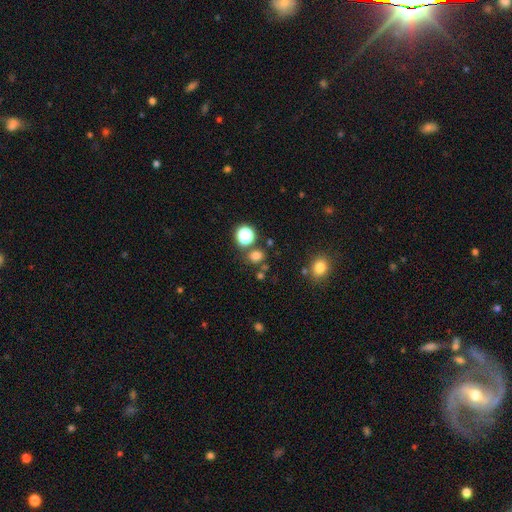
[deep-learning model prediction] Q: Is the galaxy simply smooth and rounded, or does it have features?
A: smooth — 72%.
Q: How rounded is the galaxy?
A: round — 69%.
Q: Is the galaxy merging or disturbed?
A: none — 74%.